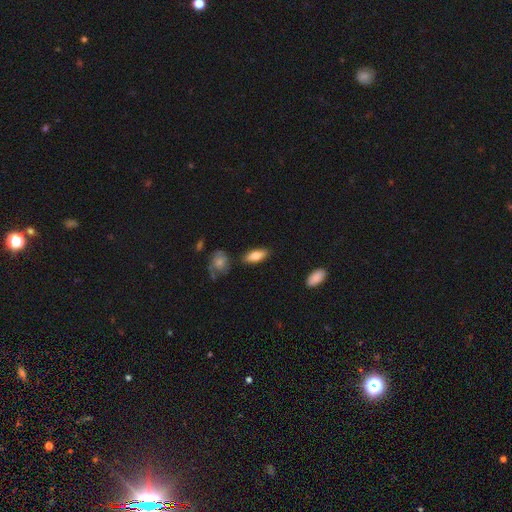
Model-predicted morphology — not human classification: type=smooth (77%); roundness=in between (77%); merging=none (84%).